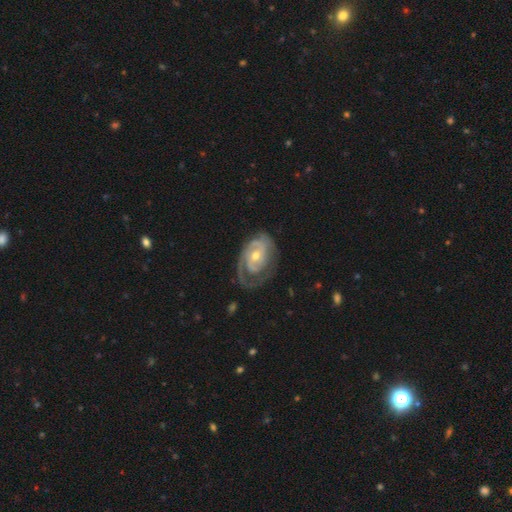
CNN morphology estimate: Smooth or featured? featured or disk (85%)
Edge-on disk? no (97%)
Bar? no (64%)
Spiral arms? yes (93%)
Spiral winding? tight (63%)
Spiral arm count? 2 (43%)
Bulge size? moderate (52%)
Merging? none (60%)